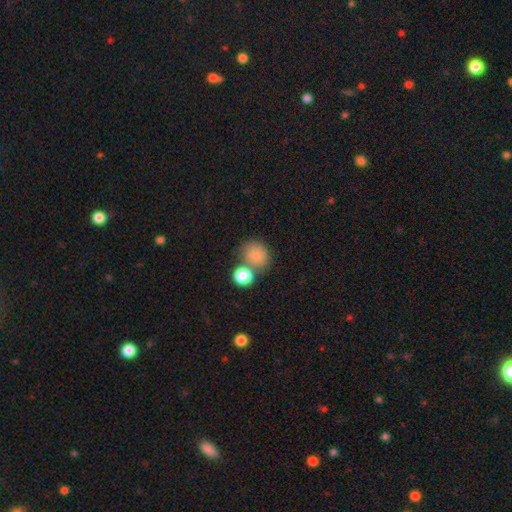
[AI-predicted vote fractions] Overall: smooth (80%). How rounded: round (69%; in between 30%). Merging: none (46%; merger 32%).